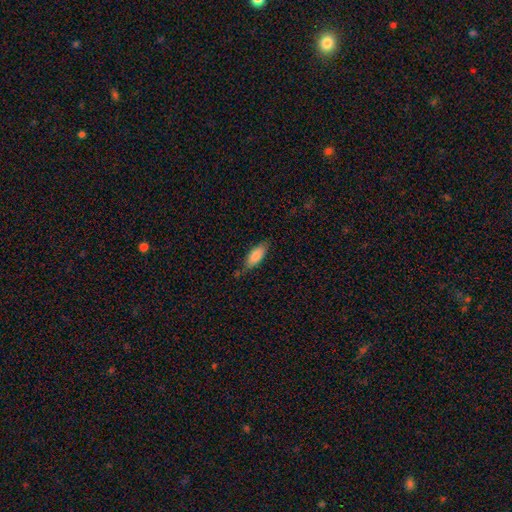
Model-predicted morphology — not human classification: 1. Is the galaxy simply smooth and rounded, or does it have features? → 86% smooth, 8% featured or disk, 6% star or artifact.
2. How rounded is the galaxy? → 76% in between, 23% cigar-shaped, 2% round.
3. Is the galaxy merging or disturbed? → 75% none, 19% minor disturbance, 4% major disturbance, 2% merger.